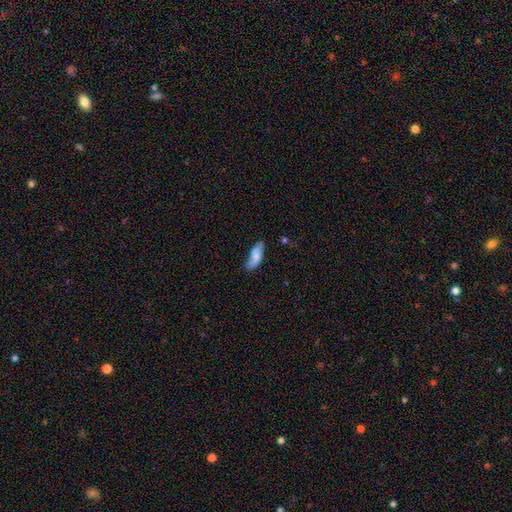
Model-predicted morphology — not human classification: This appears to be a smooth galaxy with no disk features (65%) that is in between round and cigar-shaped (71%). Merging: none (64%).